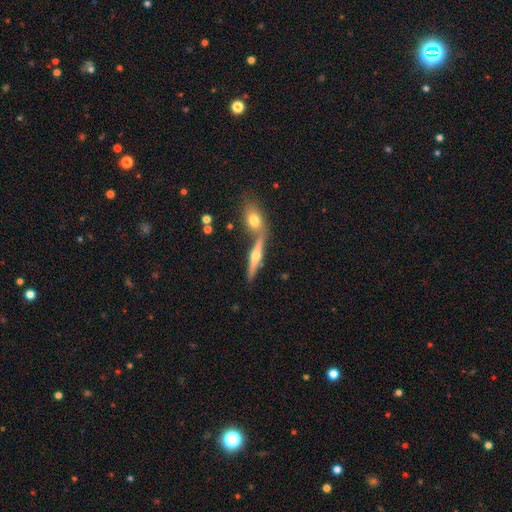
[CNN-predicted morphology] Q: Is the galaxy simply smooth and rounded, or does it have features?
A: featured or disk — 67%.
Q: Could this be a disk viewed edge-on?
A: yes — 94%.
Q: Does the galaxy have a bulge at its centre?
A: rounded — 93%.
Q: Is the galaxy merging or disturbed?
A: none — 62%.